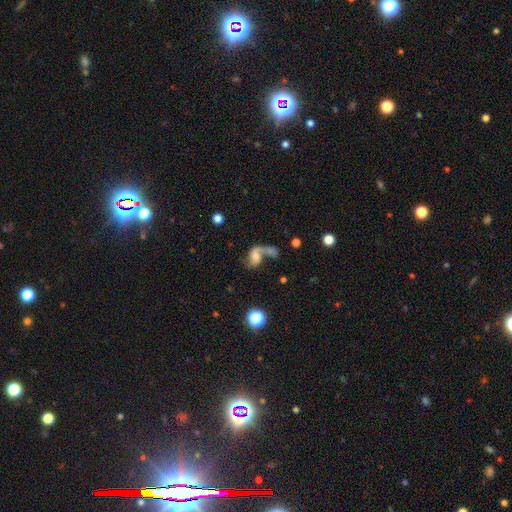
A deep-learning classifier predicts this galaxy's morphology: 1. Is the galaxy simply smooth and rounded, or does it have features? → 59% featured or disk, 29% smooth, 12% star or artifact.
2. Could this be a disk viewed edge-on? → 96% no, 4% yes.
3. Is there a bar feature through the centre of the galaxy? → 59% no, 31% weak, 10% strong.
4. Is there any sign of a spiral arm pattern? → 81% yes, 19% no.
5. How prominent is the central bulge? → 30% small, 29% moderate, 26% none, 12% large, 3% dominant.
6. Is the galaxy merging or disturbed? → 48% merger, 22% major disturbance, 20% none, 10% minor disturbance.